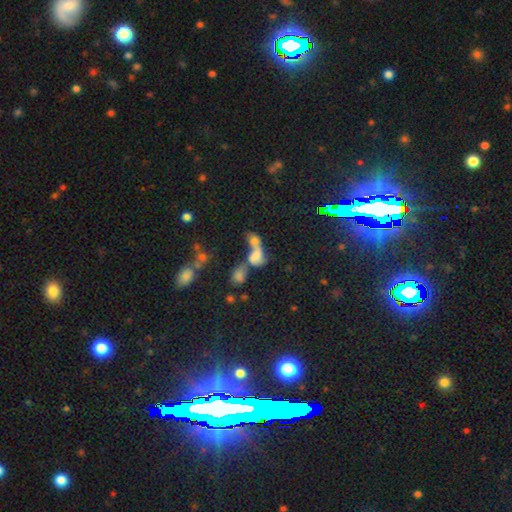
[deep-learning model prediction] Smooth or featured: smooth — 54% (featured or disk — 26%)
How rounded: in between — 74% (round — 20%)
Merging: merger — 74% (none — 12%)